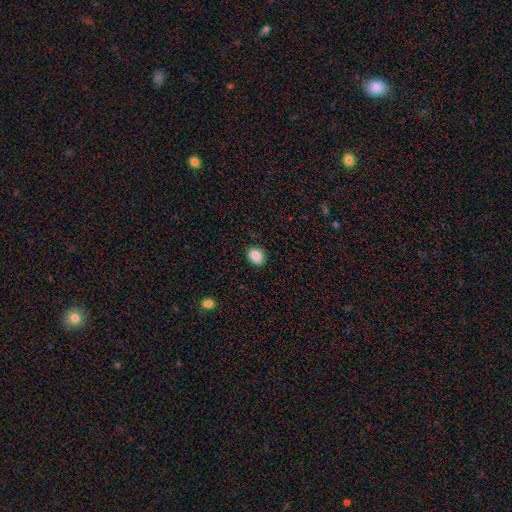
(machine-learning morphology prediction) Overall: smooth (88%). How rounded: round (51%; in between 48%). Merging: none (87%).